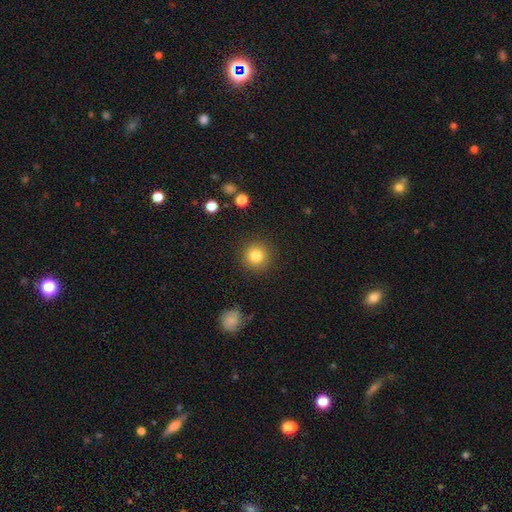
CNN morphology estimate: Smooth or featured?
  - smooth: 83% *
  - star or artifact: 11%
  - featured or disk: 7%
How rounded?
  - round: 94% *
  - in between: 5%
  - cigar-shaped: 1%
Merging?
  - none: 89% *
  - minor disturbance: 7%
  - major disturbance: 3%
  - merger: 1%